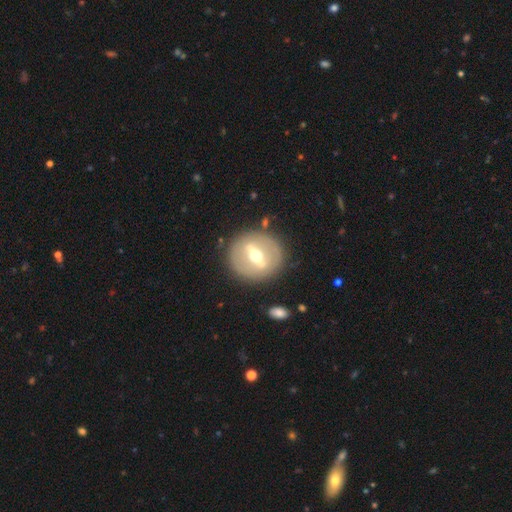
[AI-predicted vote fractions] Q: Smooth or featured?
A: featured or disk (73%); runner-up: smooth (21%)
Q: Edge-on disk?
A: no (74%); runner-up: yes (26%)
Q: Bar?
A: strong (71%); runner-up: weak (22%)
Q: Spiral arms?
A: no (82%); runner-up: yes (18%)
Q: Bulge size?
A: moderate (73%); runner-up: small (18%)
Q: Merging?
A: none (85%); runner-up: minor disturbance (9%)